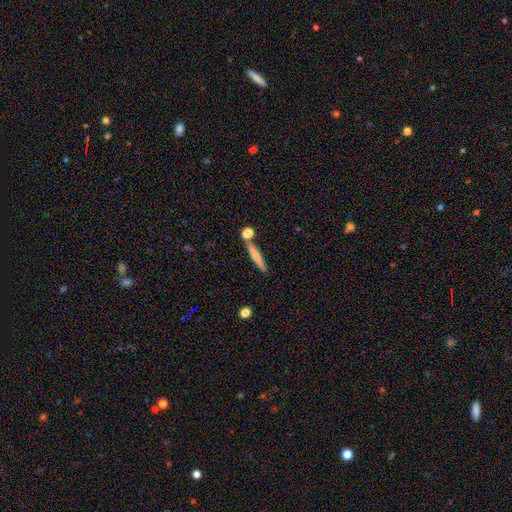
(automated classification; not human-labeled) Overall: smooth (65%; featured or disk 29%). How rounded: cigar-shaped (91%). Merging: none (76%).